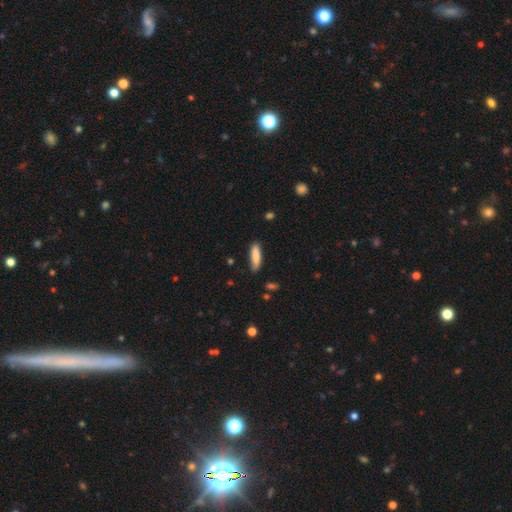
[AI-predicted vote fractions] Q: Smooth or featured?
A: smooth (84%); runner-up: featured or disk (10%)
Q: How rounded?
A: cigar-shaped (68%); runner-up: in between (30%)
Q: Merging?
A: none (81%); runner-up: minor disturbance (15%)